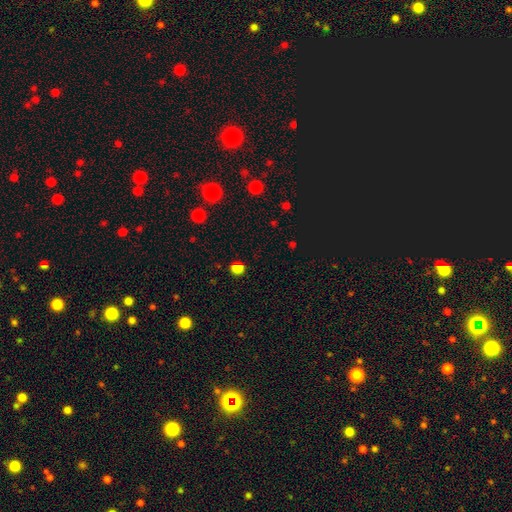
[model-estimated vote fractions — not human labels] Smooth or featured?
  - smooth: 52% *
  - star or artifact: 43%
  - featured or disk: 5%
How rounded?
  - round: 80% *
  - in between: 19%
  - cigar-shaped: 2%
Merging?
  - none: 85% *
  - minor disturbance: 8%
  - major disturbance: 4%
  - merger: 3%